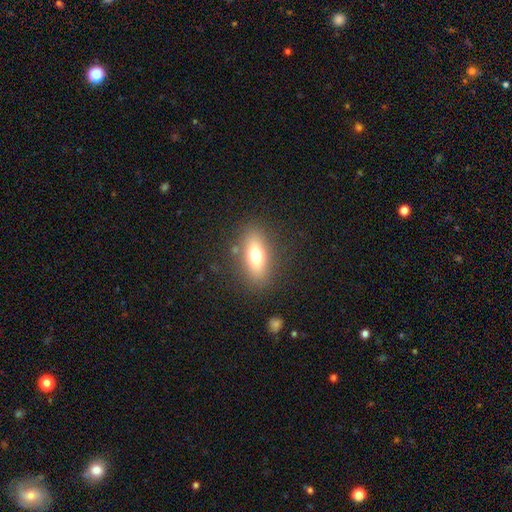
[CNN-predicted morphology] The model was most divided on "smooth or featured": smooth: 69%, featured or disk: 21%, star or artifact: 9%. More confident: merging — none (83%); how rounded — in between (73%).